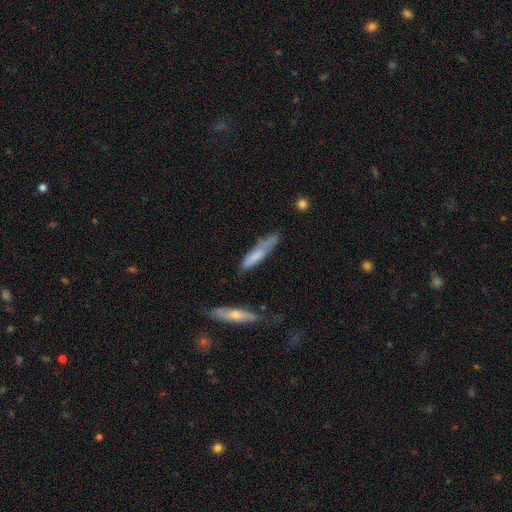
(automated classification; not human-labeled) Smooth or featured?
  - smooth: 65% *
  - featured or disk: 28%
  - star or artifact: 6%
How rounded?
  - cigar-shaped: 84% *
  - in between: 14%
  - round: 1%
Merging?
  - none: 59% *
  - minor disturbance: 27%
  - major disturbance: 8%
  - merger: 6%